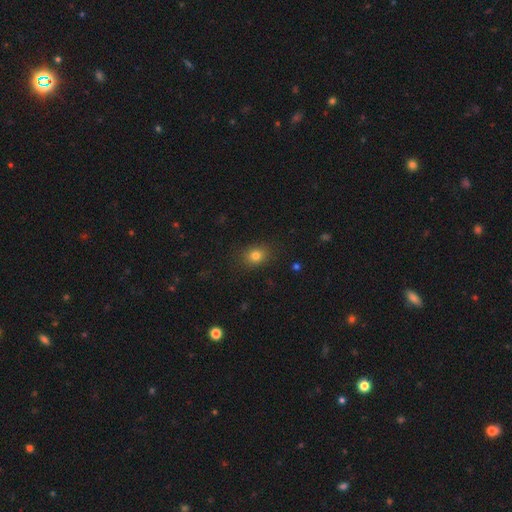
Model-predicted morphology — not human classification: Q: Smooth or featured?
A: smooth (80%); runner-up: star or artifact (13%)
Q: How rounded?
A: round (53%); runner-up: in between (46%)
Q: Merging?
A: none (86%); runner-up: minor disturbance (10%)